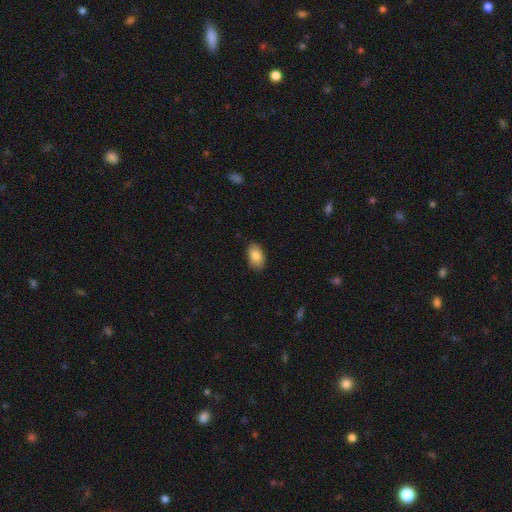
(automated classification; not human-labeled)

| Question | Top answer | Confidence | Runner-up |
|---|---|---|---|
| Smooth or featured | smooth | 85% | featured or disk (7%) |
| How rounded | in between | 92% | round (7%) |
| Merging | none | 85% | minor disturbance (12%) |